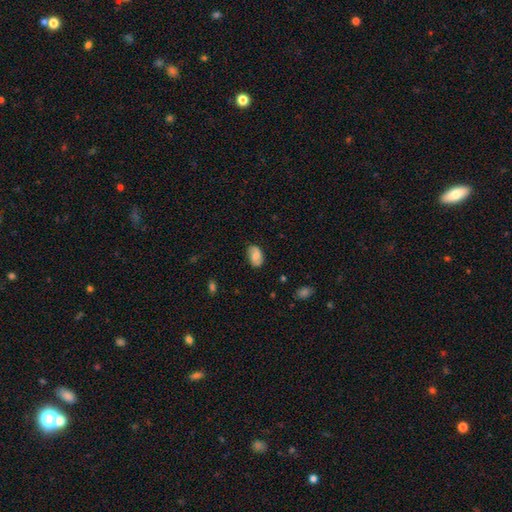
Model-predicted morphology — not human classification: smooth 61%, featured or disk 31%, star or artifact 8%. Down the decision tree: how rounded — in between (91%); merging — none (76%).